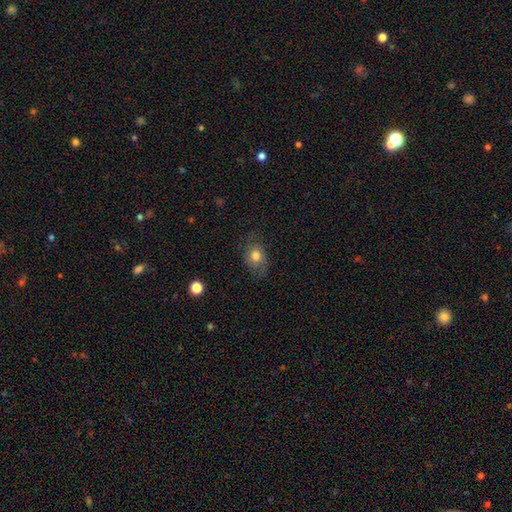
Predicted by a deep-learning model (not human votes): Smooth or featured?
  - smooth: 74% *
  - featured or disk: 17%
  - star or artifact: 9%
How rounded?
  - in between: 63% *
  - round: 36%
  - cigar-shaped: 1%
Merging?
  - none: 69% *
  - minor disturbance: 22%
  - major disturbance: 8%
  - merger: 1%